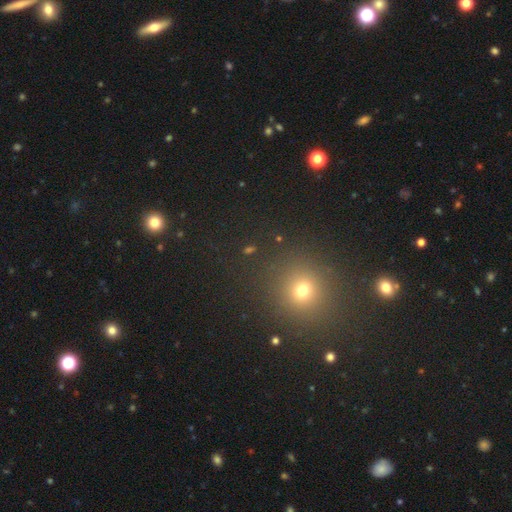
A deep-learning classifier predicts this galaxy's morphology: This appears to be a smooth galaxy with no disk features (54%) that is round (89%). Merging: none (90%).